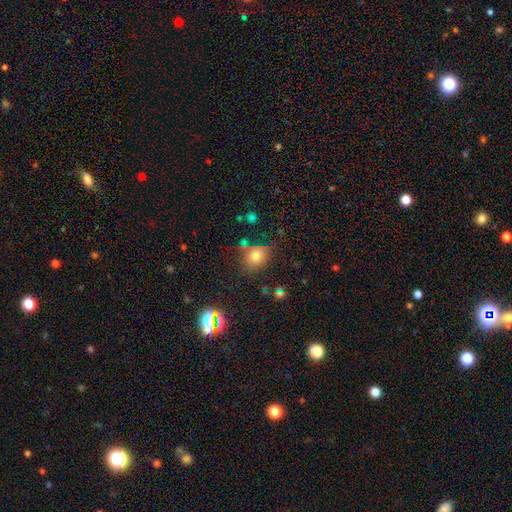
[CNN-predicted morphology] smooth 76%, star or artifact 15%, featured or disk 9%. Down the decision tree: how rounded — round (69%); merging — none (69%).